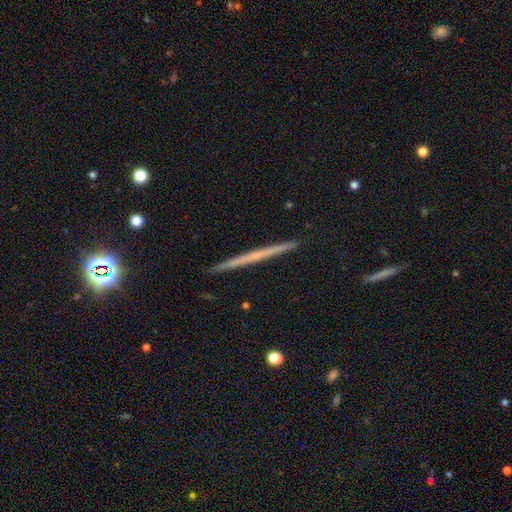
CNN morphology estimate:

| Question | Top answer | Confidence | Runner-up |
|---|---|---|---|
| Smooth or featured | featured or disk | 59% | smooth (31%) |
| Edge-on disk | yes | 98% | no (2%) |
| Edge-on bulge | none | 84% | rounded (12%) |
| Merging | none | 92% | minor disturbance (5%) |